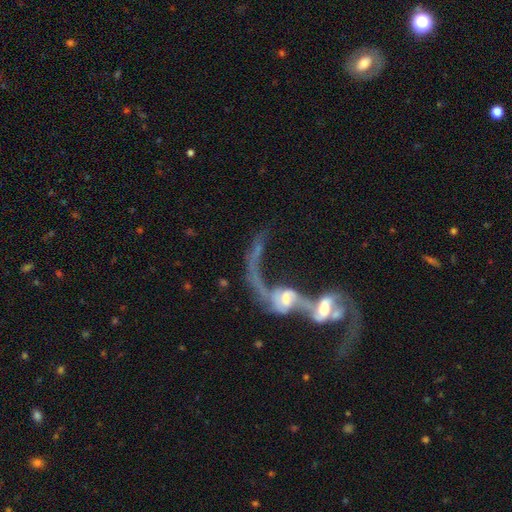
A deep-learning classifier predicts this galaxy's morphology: smooth_or_featured: featured or disk (p=0.74) [alt: smooth p=0.15]
disk_edge_on: no (p=0.91) [alt: yes p=0.09]
bar: no (p=0.56) [alt: weak p=0.30]
has_spiral_arms: yes (p=0.75) [alt: no p=0.25]
spiral_winding: loose (p=0.88) [alt: medium p=0.09]
spiral_arm_count: 2 (p=0.46) [alt: 1 p=0.37]
bulge_size: moderate (p=0.46) [alt: small p=0.31]
merging: merger (p=0.76) [alt: major disturbance p=0.13]